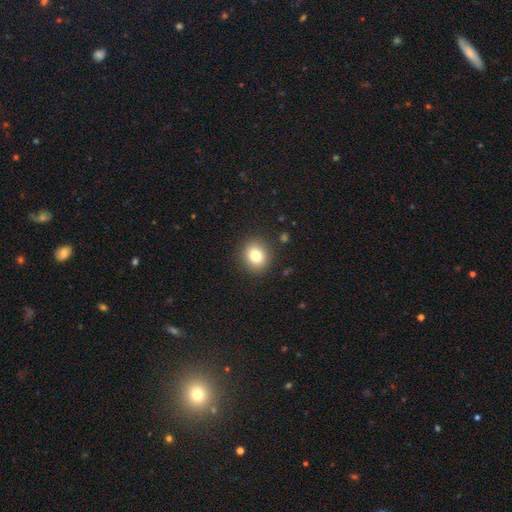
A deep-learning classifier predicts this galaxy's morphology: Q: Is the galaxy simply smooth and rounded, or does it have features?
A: smooth — 81%.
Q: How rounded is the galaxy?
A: round — 78%.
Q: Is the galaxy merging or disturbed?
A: none — 89%.